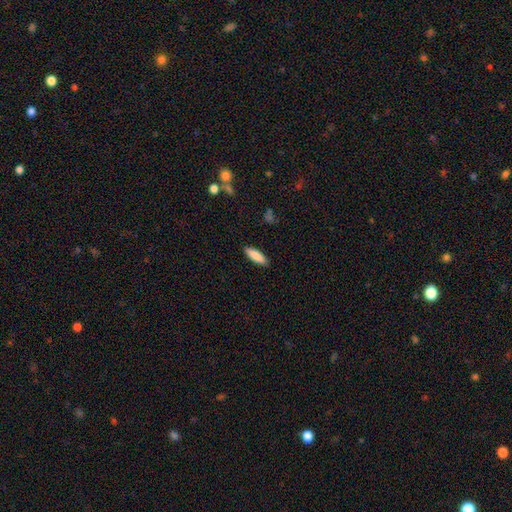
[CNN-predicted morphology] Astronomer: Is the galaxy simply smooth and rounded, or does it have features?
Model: smooth — 85%.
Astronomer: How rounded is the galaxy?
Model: in between — 49%, tied with cigar-shaped at 49%.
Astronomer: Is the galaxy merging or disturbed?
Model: none — 89%.